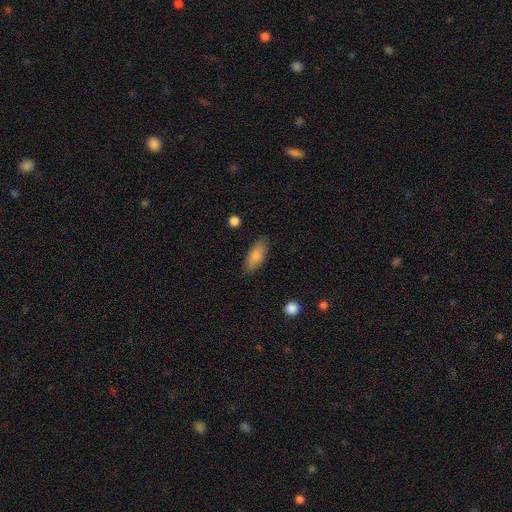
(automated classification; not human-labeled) smooth 81%, featured or disk 12%, star or artifact 7%. Down the decision tree: how rounded — in between (79%); merging — none (83%).